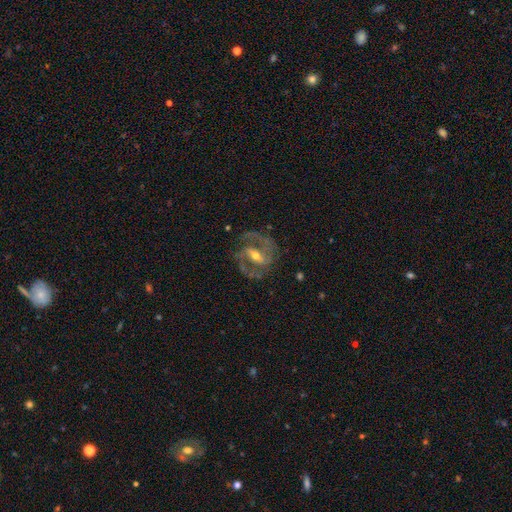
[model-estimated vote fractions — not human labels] This appears to be a featured or disk galaxy (90%) with a strong bar (44%), 2 (87%) medium (61%) spiral arms (96%) and a moderate central bulge (58%). Merging: none (74%).